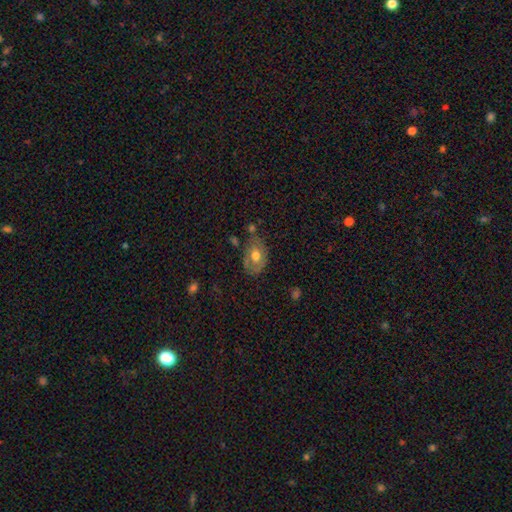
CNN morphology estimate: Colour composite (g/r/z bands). It shows a smooth galaxy with no disk features (59%) that is in between round and cigar-shaped (77%). Merging: none (57%).